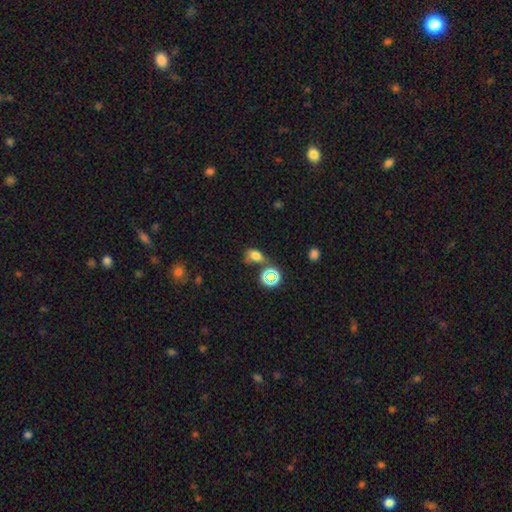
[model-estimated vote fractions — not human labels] Smooth or featured?
  - smooth: 67% *
  - star or artifact: 23%
  - featured or disk: 11%
How rounded?
  - in between: 75% *
  - round: 21%
  - cigar-shaped: 4%
Merging?
  - none: 54% *
  - minor disturbance: 22%
  - merger: 14%
  - major disturbance: 10%